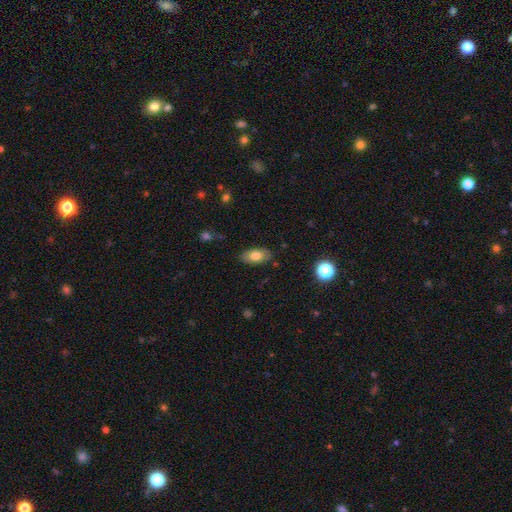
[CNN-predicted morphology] This is likely a smooth galaxy (76%). How rounded: clearly in between (92%). Merging: clearly none (84%).